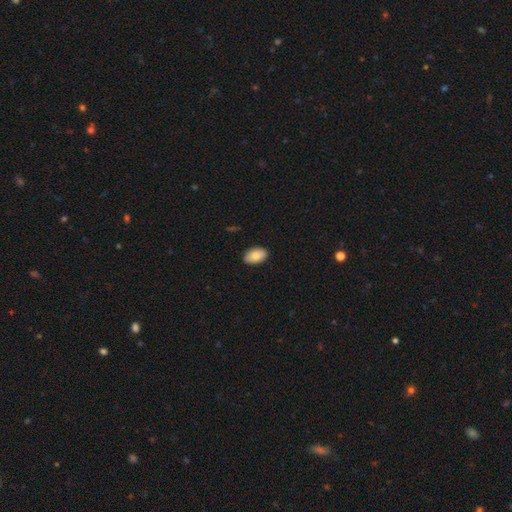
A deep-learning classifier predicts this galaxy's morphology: A smooth galaxy with no disk features (83%) that is in between round and cigar-shaped (92%).

Vote fractions:
- Smooth or featured? smooth: 83% / featured or disk: 10% / star or artifact: 7%
- How rounded? in between: 92% / round: 7% / cigar-shaped: 1%
- Merging? none: 89% / minor disturbance: 9% / major disturbance: 2% / merger: 1%